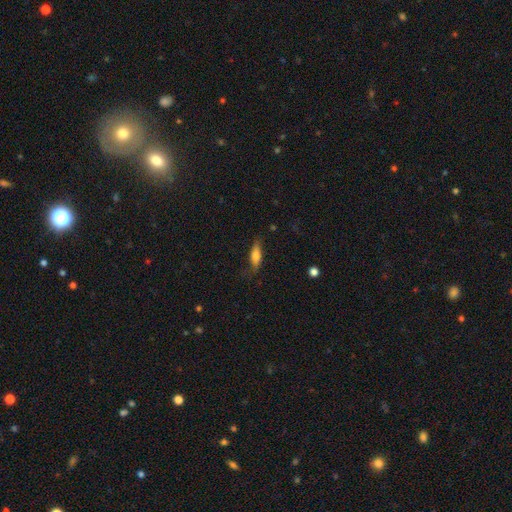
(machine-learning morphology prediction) Smooth or featured? smooth (69%)
How rounded? in between (55%)
Merging? none (68%)